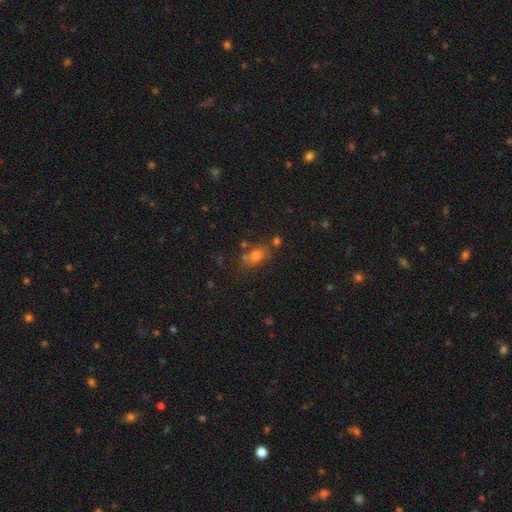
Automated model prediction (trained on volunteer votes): Smooth or featured: smooth — 69% (star or artifact — 18%)
How rounded: in between — 56% (round — 40%)
Merging: none — 63% (merger — 16%)